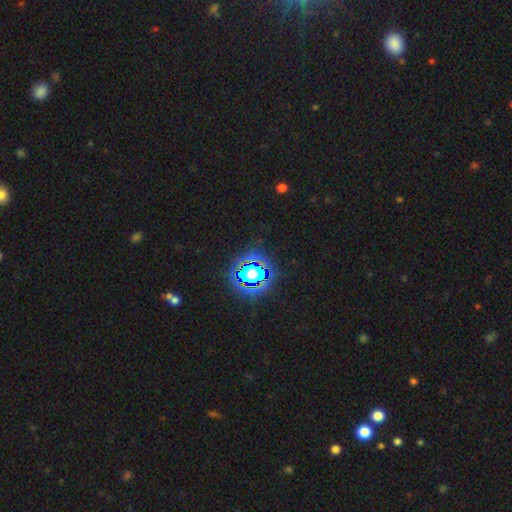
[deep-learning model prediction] A star or artifact, not a galaxy (80%).

Vote fractions:
- Smooth or featured? star or artifact: 80% / smooth: 13% / featured or disk: 7%